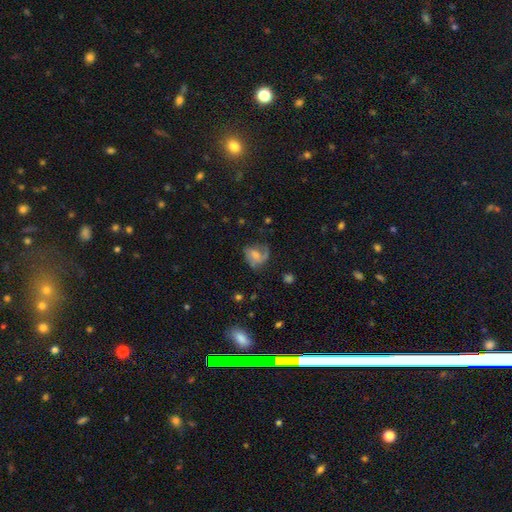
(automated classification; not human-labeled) Smooth or featured? Predicted: featured or disk (p=0.51). Edge-on disk? Predicted: no (p=0.97). Merging? Predicted: none (p=0.45).